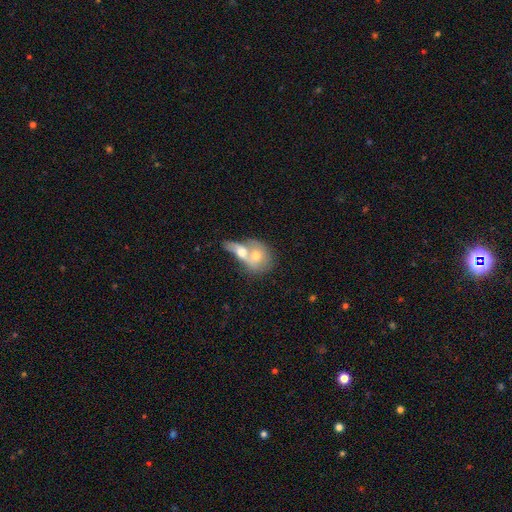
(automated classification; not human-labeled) Q: Smooth or featured?
A: smooth (57%); runner-up: featured or disk (37%)
Q: How rounded?
A: in between (52%); runner-up: round (44%)
Q: Merging?
A: merger (80%); runner-up: none (11%)